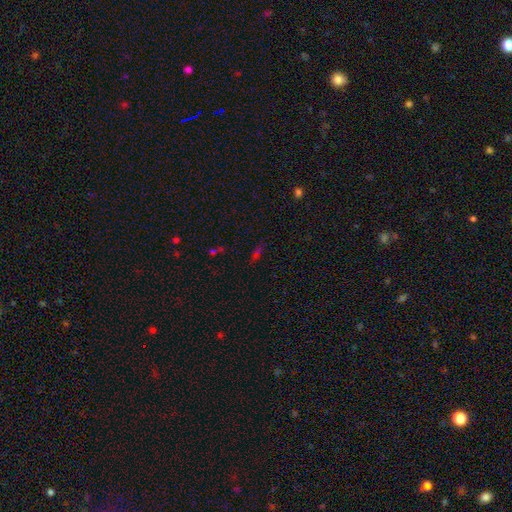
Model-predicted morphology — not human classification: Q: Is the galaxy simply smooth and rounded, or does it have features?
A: smooth — 49%.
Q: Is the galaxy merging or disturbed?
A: none — 79%.